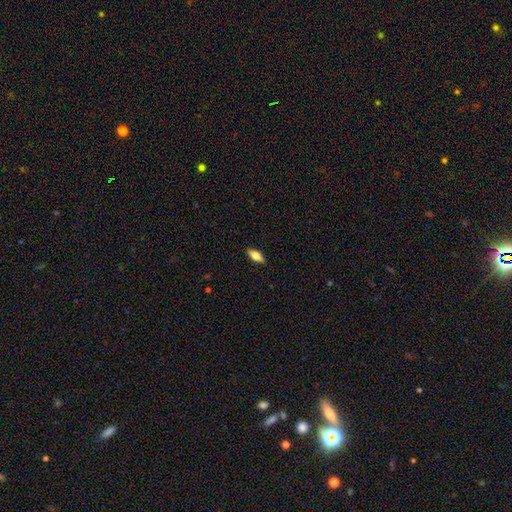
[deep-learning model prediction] Smooth or featured?
  - smooth: 71% *
  - featured or disk: 22%
  - star or artifact: 7%
How rounded?
  - in between: 78% *
  - cigar-shaped: 19%
  - round: 3%
Merging?
  - none: 89% *
  - minor disturbance: 8%
  - major disturbance: 2%
  - merger: 1%